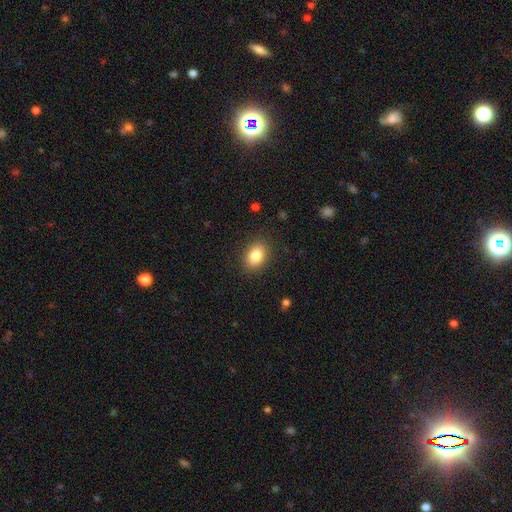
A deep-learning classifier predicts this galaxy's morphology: The model was most divided on "how rounded": in between: 75%, round: 24%, cigar-shaped: 1%. More confident: merging — none (87%); smooth or featured — smooth (84%).